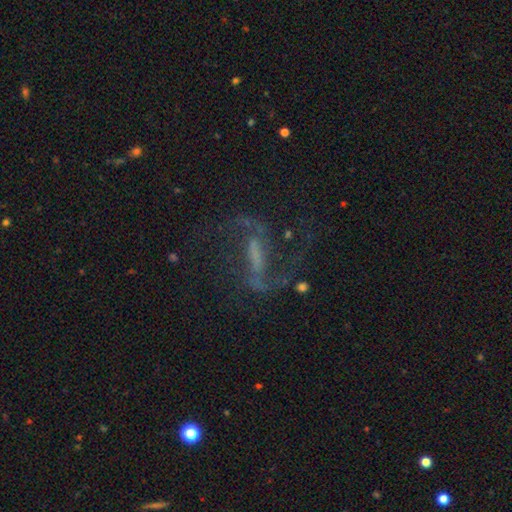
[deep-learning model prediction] Morphology: type=featured or disk (83%); edge-on=no (93%); bar=strong (59%); spiral arms=yes (93%); winding=loose (54%); arm count=2 (91%); bulge=none (49%); merging=none (66%).